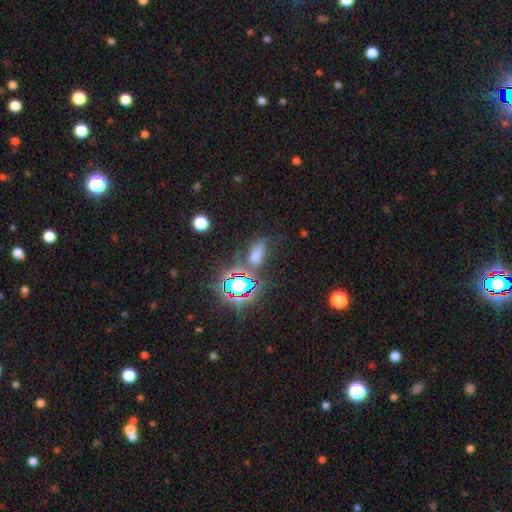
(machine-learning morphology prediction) Q: Smooth or featured?
A: smooth (46%); runner-up: star or artifact (42%)
Q: Merging?
A: none (63%); runner-up: minor disturbance (18%)